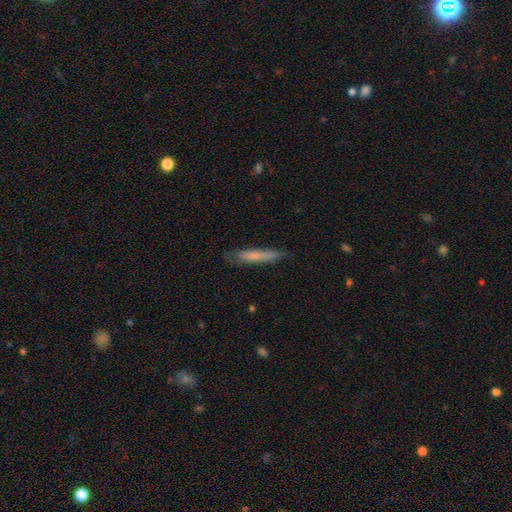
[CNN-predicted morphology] This appears to be a smooth galaxy with no disk features (68%) that is cigar-shaped (93%). Merging: none (78%).